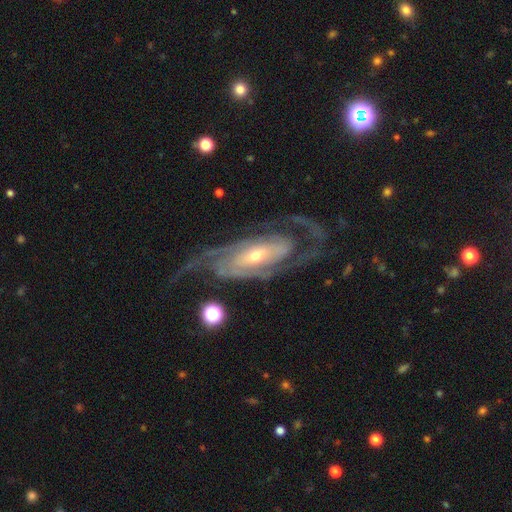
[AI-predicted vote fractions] The model was most divided on "spiral winding": tight: 47%, medium: 41%, loose: 12%. Remaining: spiral arms — yes (96%); edge-on disk — no (93%); smooth or featured — featured or disk (90%); merging — none (70%); spiral arm count — 2 (68%); bulge size — small (58%); bar — no (43%).